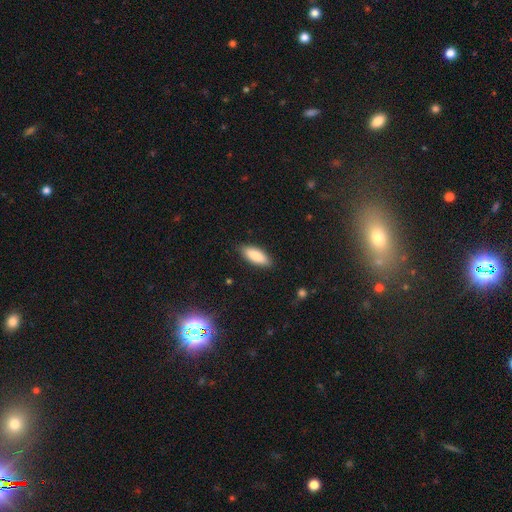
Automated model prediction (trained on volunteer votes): Q: Smooth or featured?
A: smooth (86%); runner-up: featured or disk (7%)
Q: How rounded?
A: in between (75%); runner-up: cigar-shaped (23%)
Q: Merging?
A: none (87%); runner-up: minor disturbance (10%)